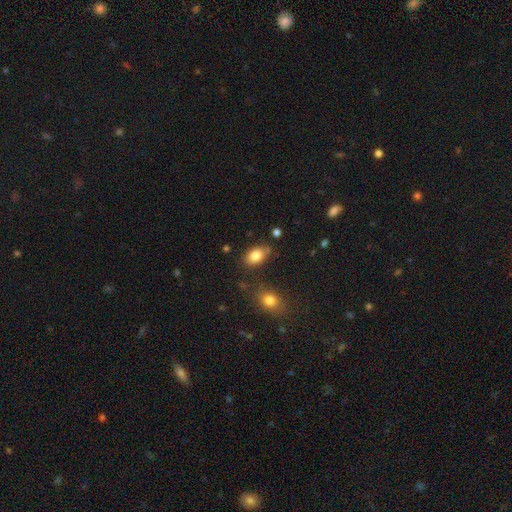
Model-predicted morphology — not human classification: A smooth galaxy with no disk features (83%) that is in between round and cigar-shaped (85%). Merging: none (75%).